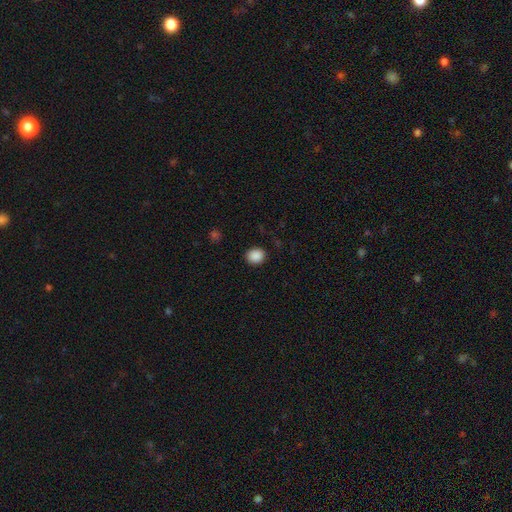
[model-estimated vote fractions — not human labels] Overall: smooth (89%). How rounded: round (75%). Merging: none (90%).